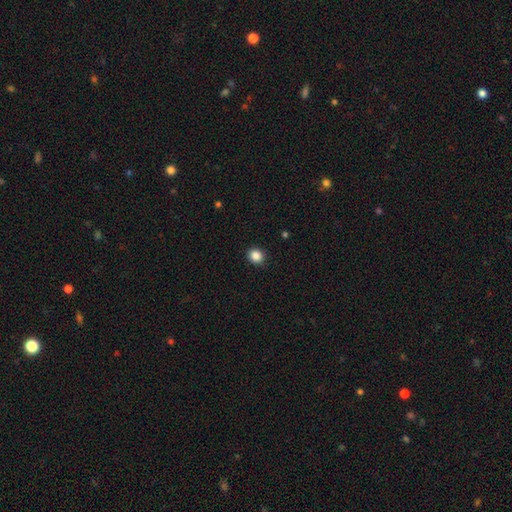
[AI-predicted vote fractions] Smooth or featured? Predicted: smooth (p=0.87). How rounded? Predicted: round (p=0.78). Merging? Predicted: none (p=0.92).